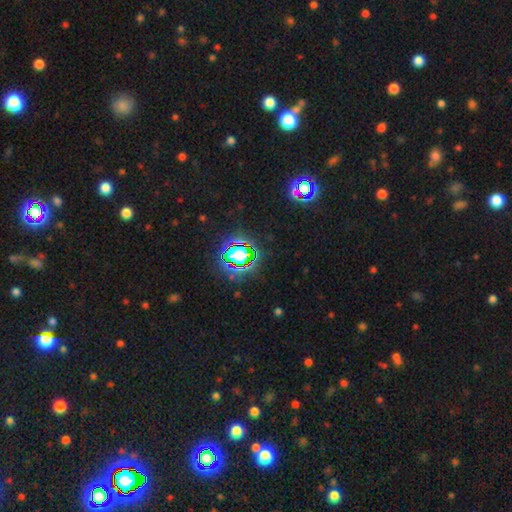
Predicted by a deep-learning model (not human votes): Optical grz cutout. It shows a star or artifact, not a galaxy (81%).